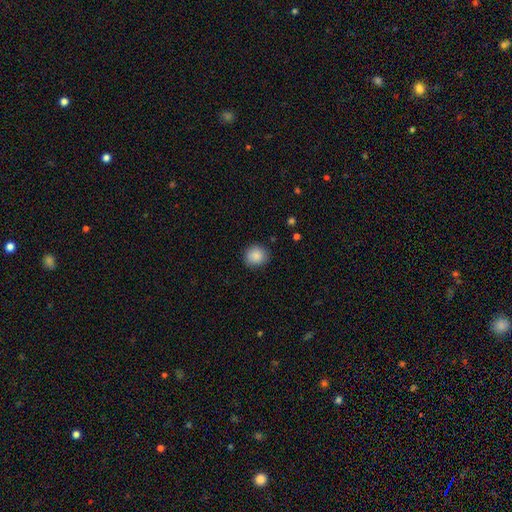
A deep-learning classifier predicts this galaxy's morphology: Smooth or featured? smooth (88%)
How rounded? round (86%)
Merging? none (88%)